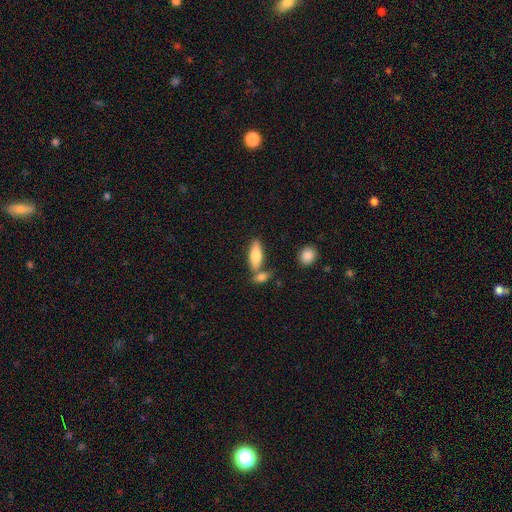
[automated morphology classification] A smooth galaxy with no disk features (75%) that is in between round and cigar-shaped (67%). Merging: none (58%).